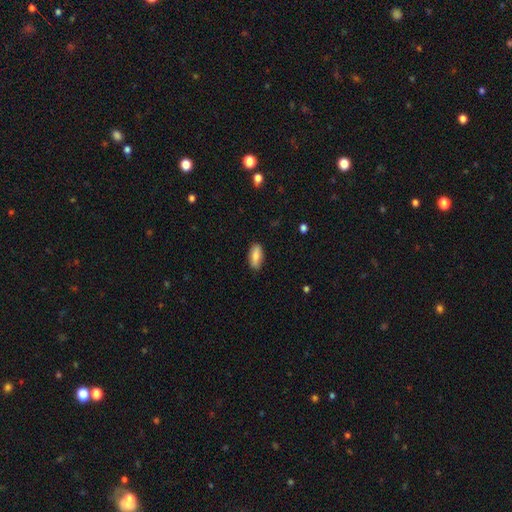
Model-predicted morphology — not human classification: Overall: smooth (78%). How rounded: in between (82%). Merging: none (85%).